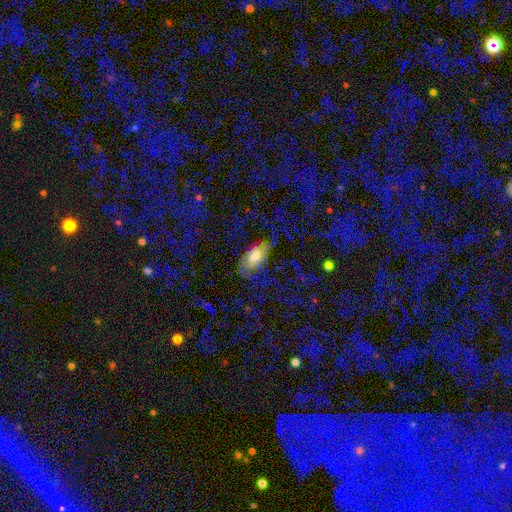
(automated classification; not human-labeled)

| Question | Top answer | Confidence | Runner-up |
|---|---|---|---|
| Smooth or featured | smooth | 50% | featured or disk (38%) |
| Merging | none | 45% | major disturbance (30%) |